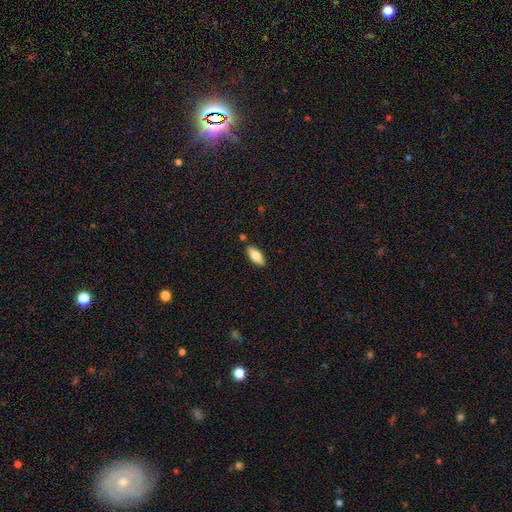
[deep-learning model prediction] Smooth or featured: smooth — 74% (featured or disk — 20%)
How rounded: in between — 76% (cigar-shaped — 22%)
Merging: none — 86% (minor disturbance — 10%)